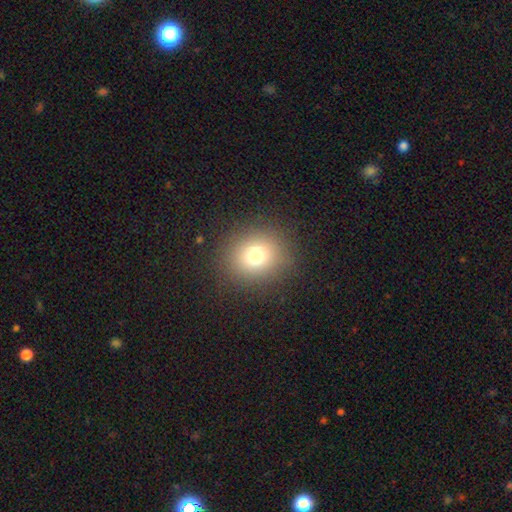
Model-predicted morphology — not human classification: smooth-or-featured: smooth: 74% | star or artifact: 16% | featured or disk: 10%
  how-rounded: round: 83% | in between: 16% | cigar-shaped: 1%
  merging: none: 88% | minor disturbance: 7% | major disturbance: 4% | merger: 1%